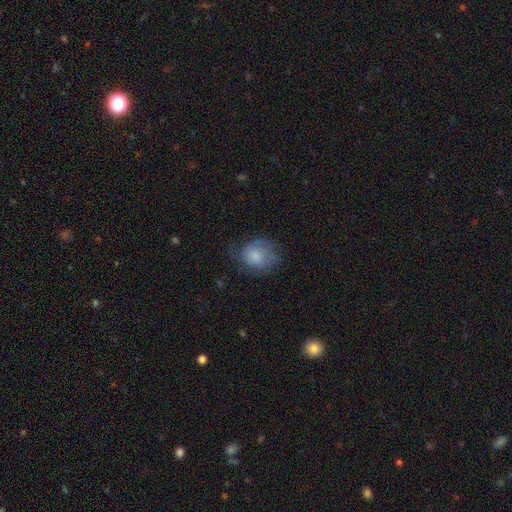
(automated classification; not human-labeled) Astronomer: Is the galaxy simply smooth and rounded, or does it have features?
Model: smooth — 70%.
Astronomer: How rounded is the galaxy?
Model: round — 61% (runner-up: in between, 38%).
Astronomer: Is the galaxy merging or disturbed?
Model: none — 52% (runner-up: minor disturbance, 28%).